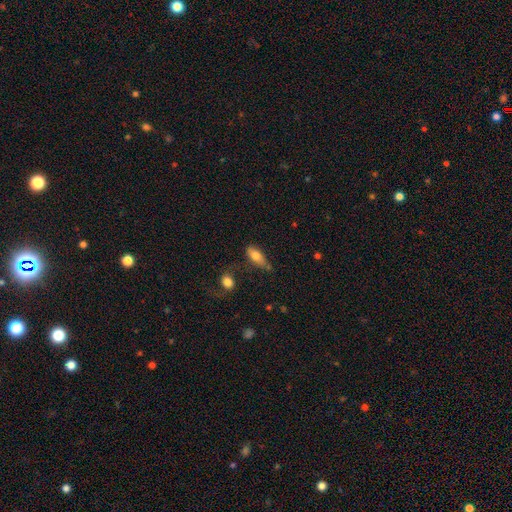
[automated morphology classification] Smooth or featured? smooth (73%)
How rounded? in between (77%)
Merging? none (46%)